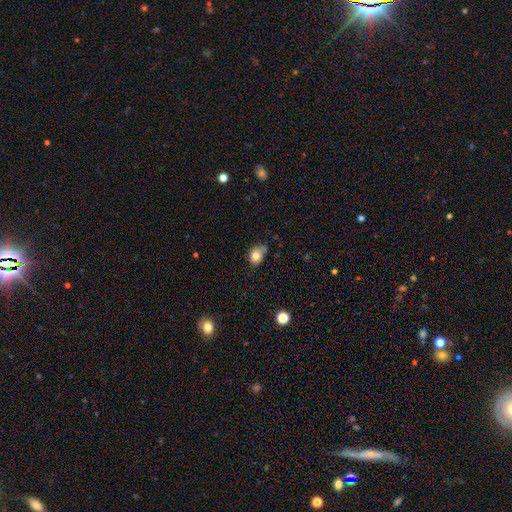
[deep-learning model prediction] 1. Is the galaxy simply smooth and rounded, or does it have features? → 80% smooth, 10% star or artifact, 10% featured or disk.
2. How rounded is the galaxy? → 59% in between, 40% round, 1% cigar-shaped.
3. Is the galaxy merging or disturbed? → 47% none, 37% minor disturbance, 10% major disturbance, 6% merger.